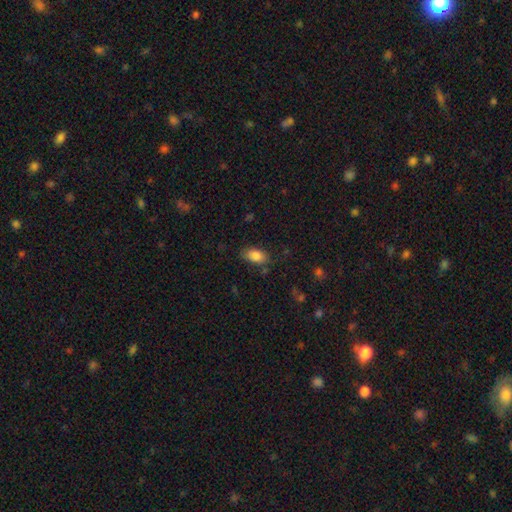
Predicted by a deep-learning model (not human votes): Q: Smooth or featured?
A: smooth (86%); runner-up: star or artifact (8%)
Q: How rounded?
A: in between (92%); runner-up: round (5%)
Q: Merging?
A: none (79%); runner-up: minor disturbance (15%)